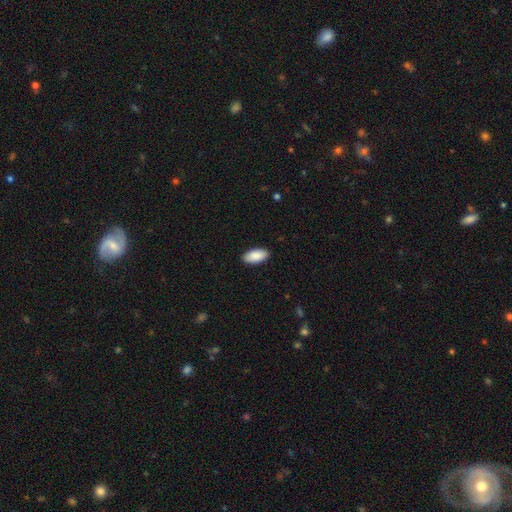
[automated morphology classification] smooth 90%, star or artifact 6%, featured or disk 4%. Down the decision tree: how rounded — in between (94%); merging — none (90%).